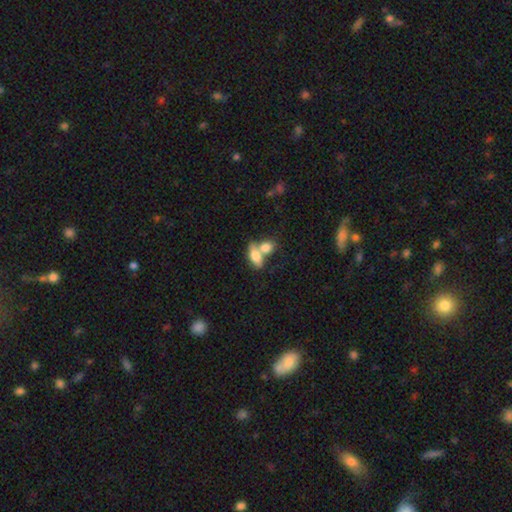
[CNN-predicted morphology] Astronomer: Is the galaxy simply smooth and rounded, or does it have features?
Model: smooth — 75%.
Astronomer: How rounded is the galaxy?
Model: in between — 84%.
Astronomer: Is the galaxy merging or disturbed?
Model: merger — 62%.